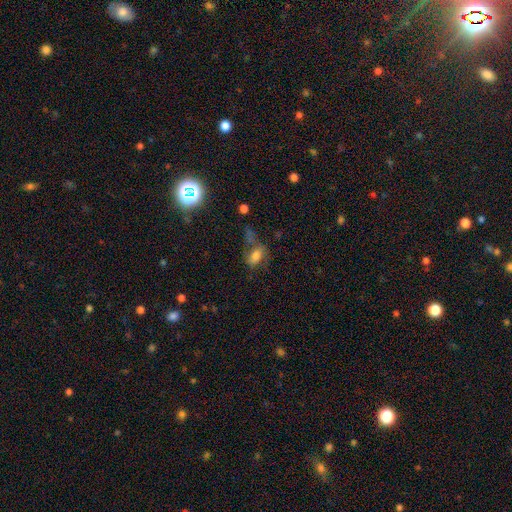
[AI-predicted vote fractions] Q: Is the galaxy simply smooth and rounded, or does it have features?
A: smooth — 68%.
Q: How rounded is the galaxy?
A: in between — 82%.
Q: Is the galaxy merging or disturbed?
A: none — 43%.